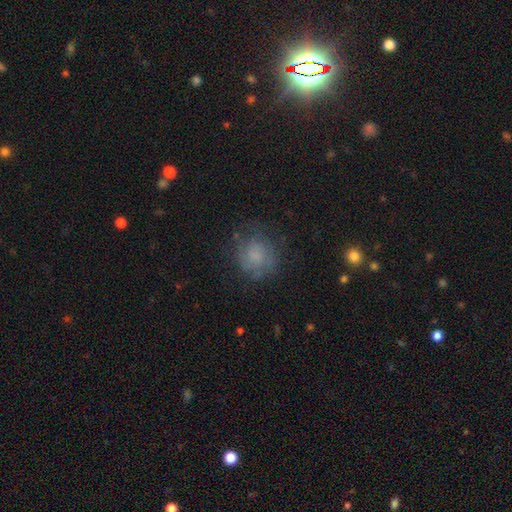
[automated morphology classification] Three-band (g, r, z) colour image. It shows a smooth galaxy with no disk features (58%) that is round (82%). Merging: none (67%).